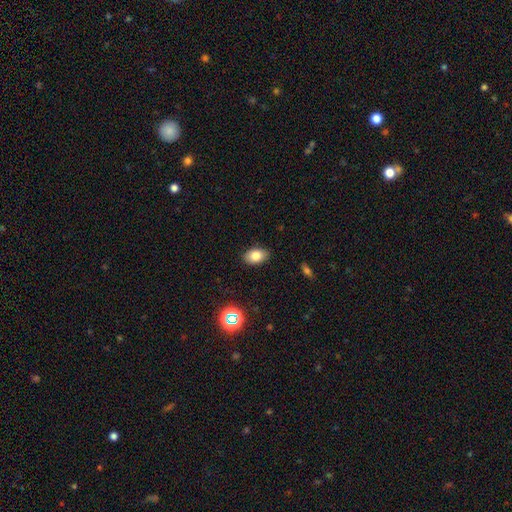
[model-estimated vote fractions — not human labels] Overall: smooth (81%). How rounded: in between (87%). Merging: none (88%).